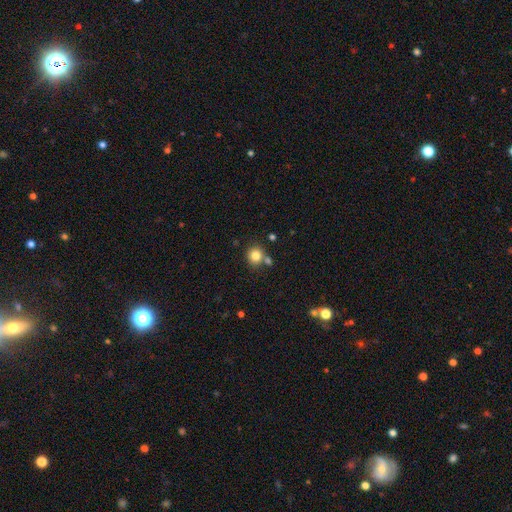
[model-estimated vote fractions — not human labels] Smooth or featured? smooth (82%)
How rounded? round (86%)
Merging? none (69%)